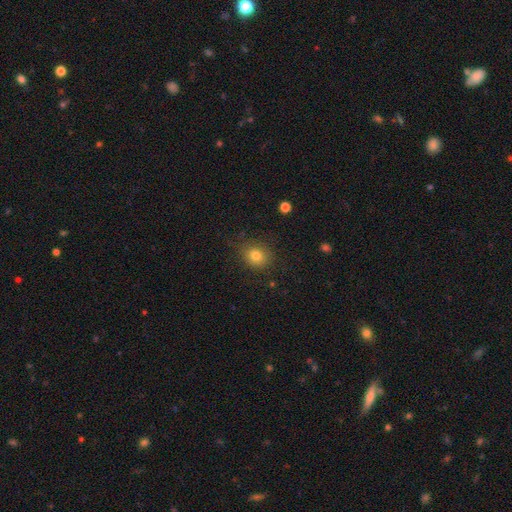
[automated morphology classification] smooth-or-featured: smooth: 79% | star or artifact: 13% | featured or disk: 9%
  how-rounded: round: 71% | in between: 28% | cigar-shaped: 1%
  merging: none: 82% | minor disturbance: 13% | major disturbance: 4% | merger: 1%